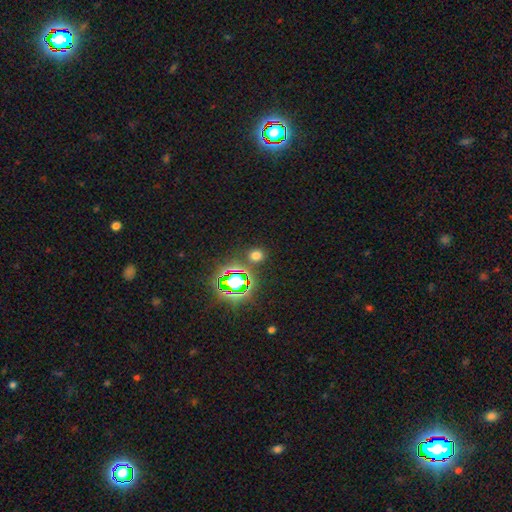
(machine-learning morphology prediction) Smooth or featured? Predicted: smooth (p=0.60). How rounded? Predicted: round (p=0.72). Merging? Predicted: none (p=0.84).